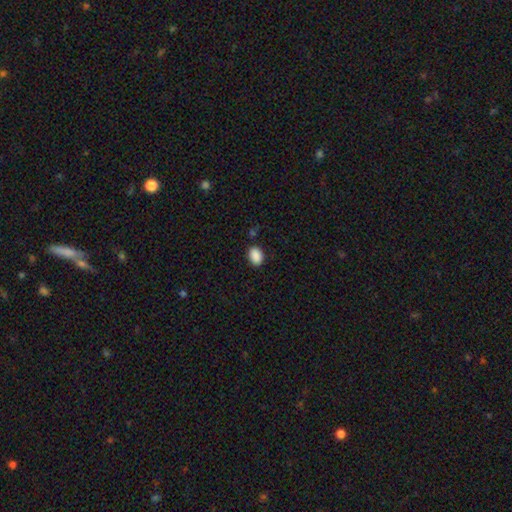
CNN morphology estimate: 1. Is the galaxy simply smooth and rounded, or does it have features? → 89% smooth, 8% star or artifact, 3% featured or disk.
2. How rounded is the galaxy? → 81% in between, 18% round, 1% cigar-shaped.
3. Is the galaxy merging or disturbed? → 84% none, 11% minor disturbance, 3% major disturbance, 2% merger.